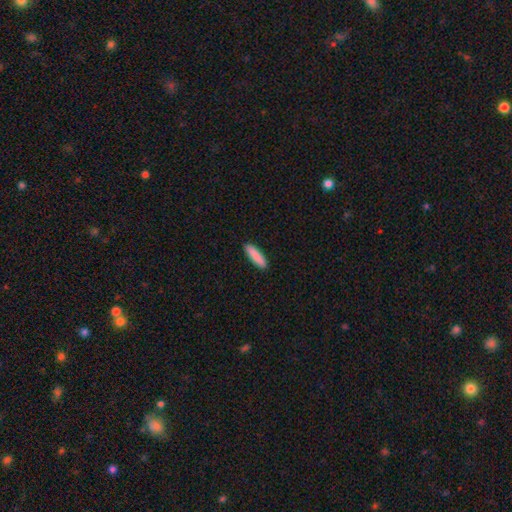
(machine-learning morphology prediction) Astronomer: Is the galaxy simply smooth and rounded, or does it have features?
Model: smooth — 89%.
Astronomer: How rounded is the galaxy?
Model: cigar-shaped — 75%.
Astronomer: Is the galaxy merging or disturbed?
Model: none — 92%.